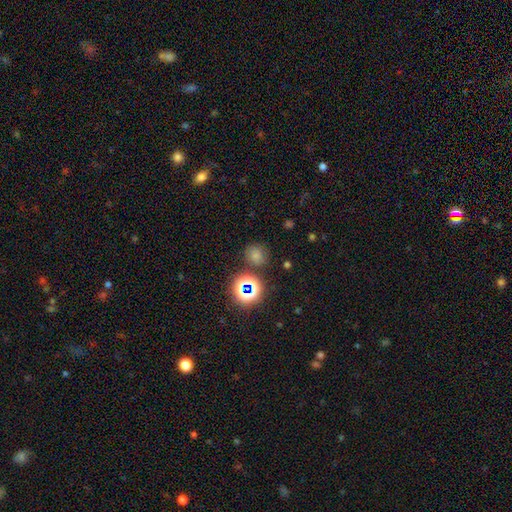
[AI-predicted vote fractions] Overall: smooth (64%; star or artifact 29%). How rounded: round (79%). Merging: none (76%).